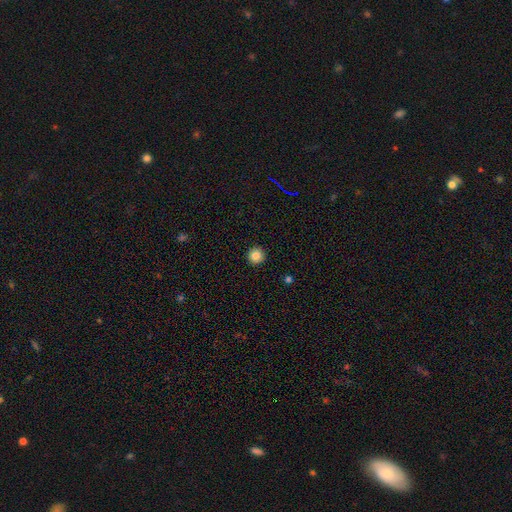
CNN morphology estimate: smooth 85%, star or artifact 11%, featured or disk 5%. Down the decision tree: how rounded — round (96%); merging — none (93%).